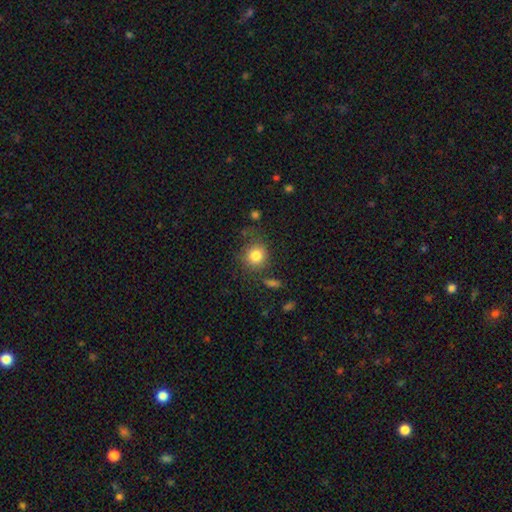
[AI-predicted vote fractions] Smooth or featured?
  - smooth: 82% *
  - star or artifact: 10%
  - featured or disk: 8%
How rounded?
  - round: 85% *
  - in between: 14%
  - cigar-shaped: 1%
Merging?
  - none: 72% *
  - minor disturbance: 16%
  - major disturbance: 7%
  - merger: 4%